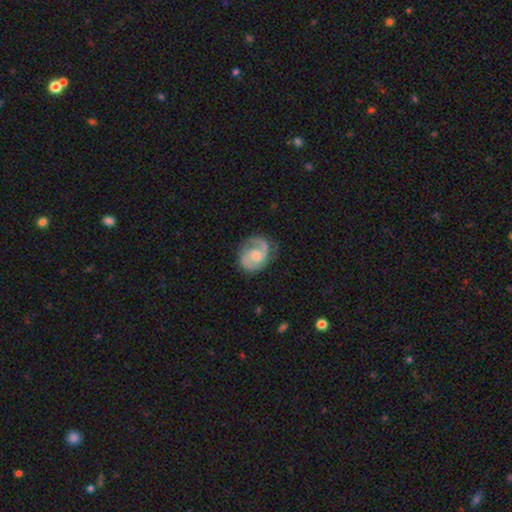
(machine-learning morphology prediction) A featured or disk galaxy (86%) with no bar (55%), 2 (84%) medium (52%) spiral arms (97%) and a small central bulge (43%).

Vote fractions:
- Smooth or featured? featured or disk: 86% / smooth: 10% / star or artifact: 4%
- Edge-on disk? no: 98% / yes: 2%
- Bar? no: 55% / weak: 39% / strong: 6%
- Spiral arms? yes: 97% / no: 3%
- Spiral winding? medium: 52% / tight: 34% / loose: 15%
- Spiral arm count? 2: 84% / 1: 8% / can't tell: 3% / 3: 2% / 4: 1% / more than 4: 1%
- Bulge size? small: 43% / moderate: 41% / none: 11% / large: 4% / dominant: 1%
- Merging? none: 74% / minor disturbance: 17% / major disturbance: 7% / merger: 1%